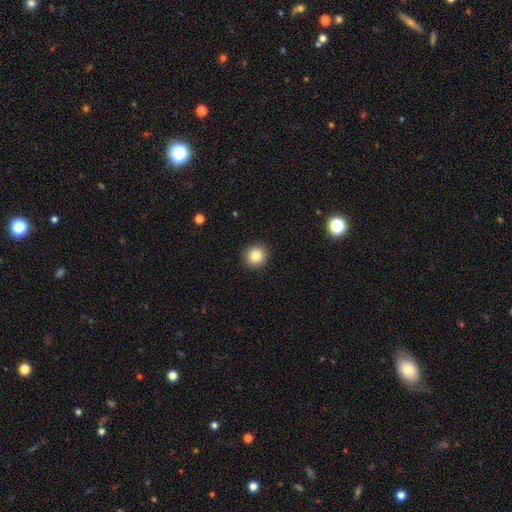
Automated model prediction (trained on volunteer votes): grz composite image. It shows a smooth galaxy with no disk features (84%) that is round (90%). Merging: none (92%).